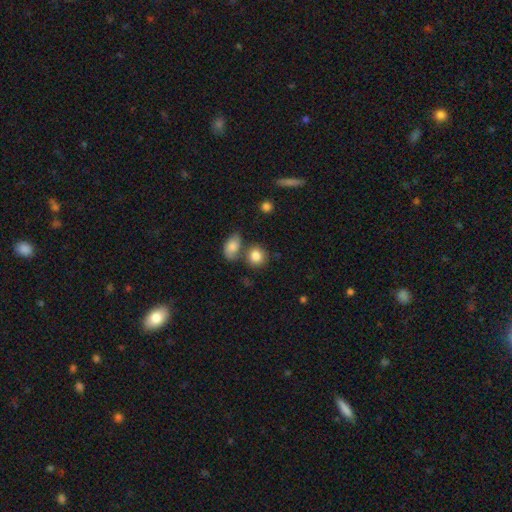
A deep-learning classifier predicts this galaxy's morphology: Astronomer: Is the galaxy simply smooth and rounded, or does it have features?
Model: smooth — 84%.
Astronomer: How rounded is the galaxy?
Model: round — 71%.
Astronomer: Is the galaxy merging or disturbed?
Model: none — 59%.